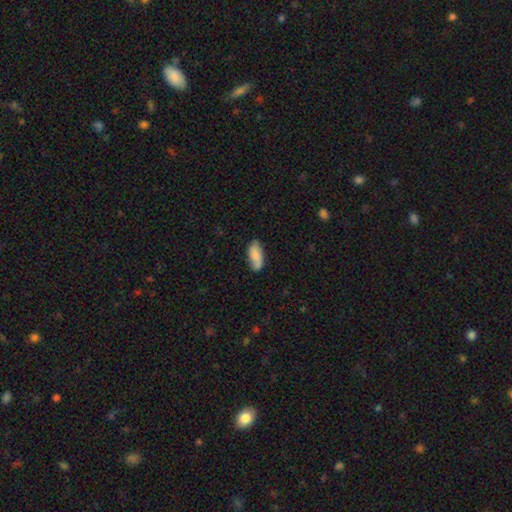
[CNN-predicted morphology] Q: Smooth or featured?
A: smooth (78%); runner-up: featured or disk (16%)
Q: How rounded?
A: in between (85%); runner-up: cigar-shaped (13%)
Q: Merging?
A: none (77%); runner-up: minor disturbance (18%)